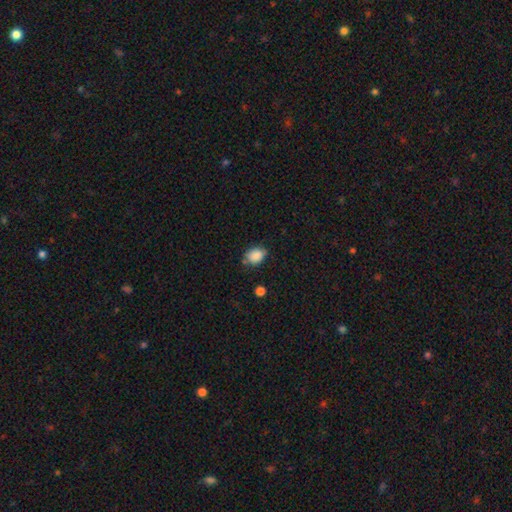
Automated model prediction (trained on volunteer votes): Overall: smooth (86%). How rounded: in between (66%; round 33%). Merging: none (67%).